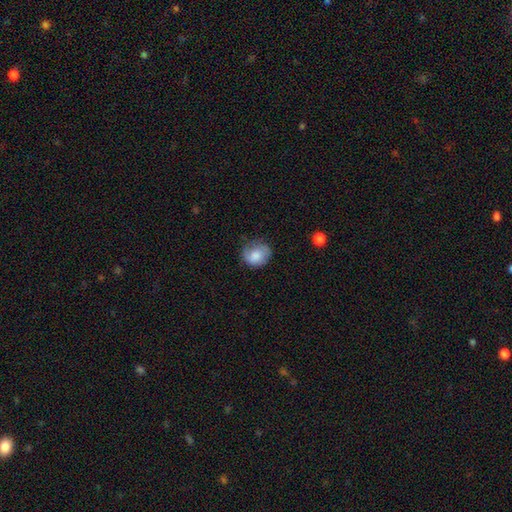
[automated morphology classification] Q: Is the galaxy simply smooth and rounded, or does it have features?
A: smooth — 75%.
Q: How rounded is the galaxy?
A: round — 73%.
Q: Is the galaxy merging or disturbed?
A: none — 63%.